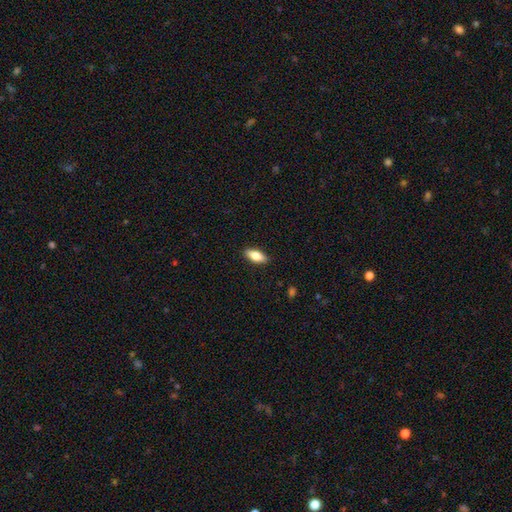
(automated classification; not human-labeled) Overall: smooth (74%). How rounded: in between (78%). Merging: none (89%).